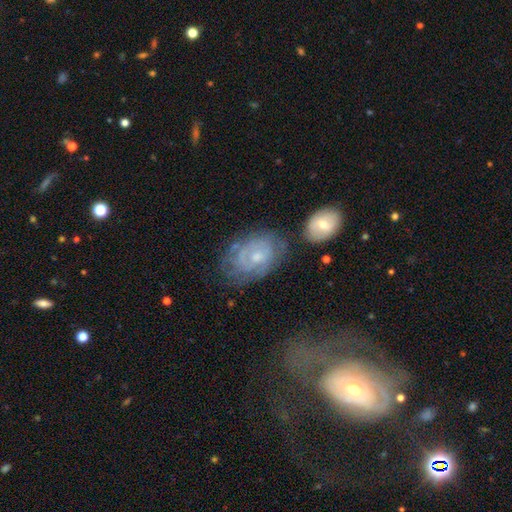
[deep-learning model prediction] smooth_or_featured: featured or disk (p=0.72) [alt: smooth p=0.20]
disk_edge_on: no (p=0.96) [alt: yes p=0.04]
bar: no (p=0.67) [alt: weak p=0.29]
has_spiral_arms: yes (p=0.83) [alt: no p=0.17]
spiral_winding: tight (p=0.66) [alt: medium p=0.26]
spiral_arm_count: can't tell (p=0.51) [alt: 2 p=0.27]
bulge_size: small (p=0.51) [alt: moderate p=0.41]
merging: none (p=0.59) [alt: minor disturbance p=0.21]